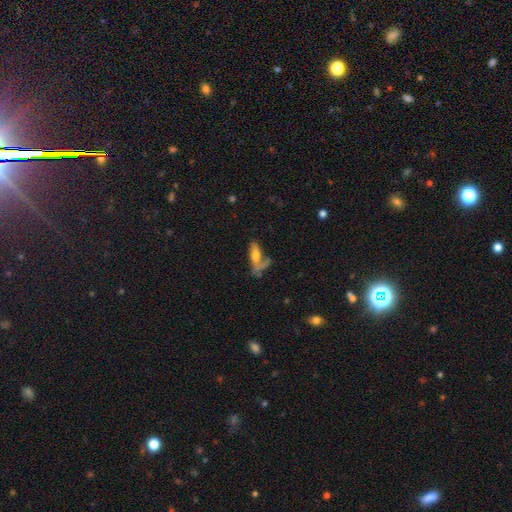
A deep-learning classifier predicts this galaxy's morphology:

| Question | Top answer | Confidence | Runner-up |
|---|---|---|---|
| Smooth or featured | smooth | 52% | featured or disk (39%) |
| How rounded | in between | 62% | cigar-shaped (35%) |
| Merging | none | 36% | major disturbance (24%) |